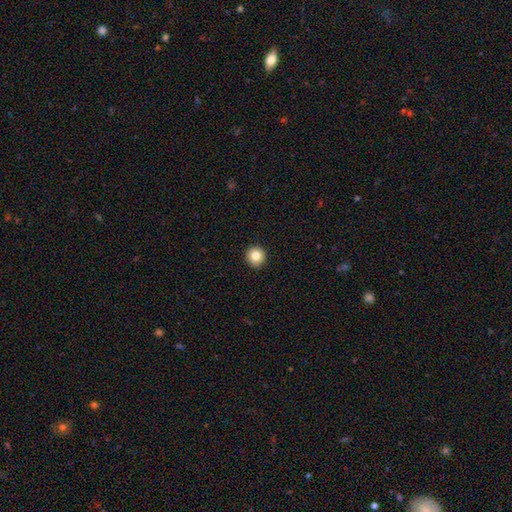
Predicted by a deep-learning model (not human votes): Smooth or featured: smooth — 83% (star or artifact — 10%)
How rounded: round — 95% (in between — 4%)
Merging: none — 93% (minor disturbance — 4%)